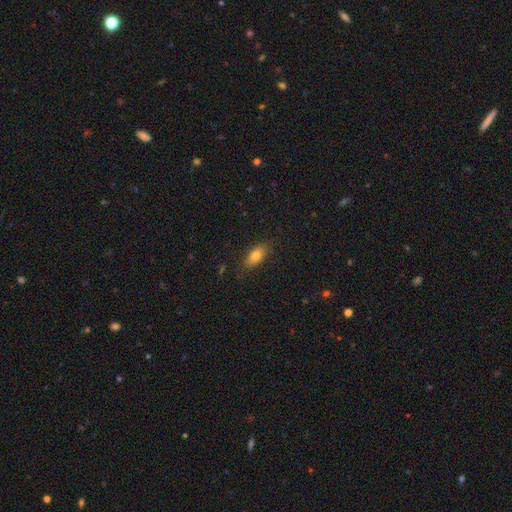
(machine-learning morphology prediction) Smooth or featured? smooth (76%)
How rounded? in between (83%)
Merging? none (82%)